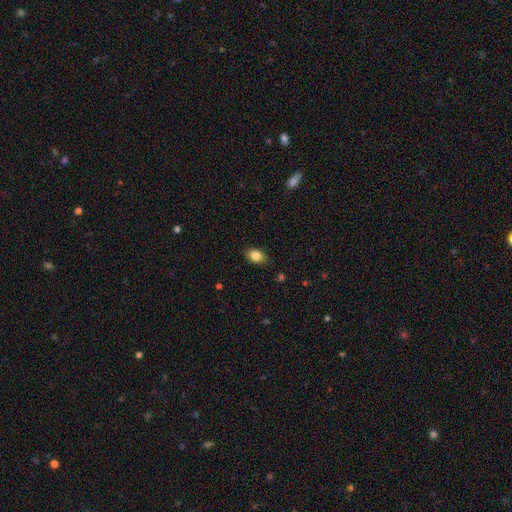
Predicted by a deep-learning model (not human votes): A smooth galaxy with no disk features (84%) that is in between round and cigar-shaped (82%). Merging: none (87%).